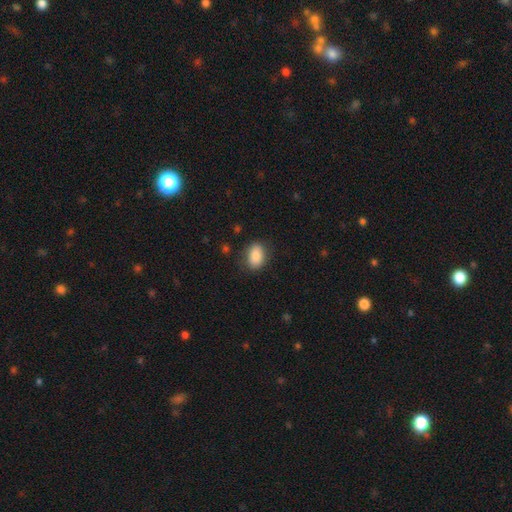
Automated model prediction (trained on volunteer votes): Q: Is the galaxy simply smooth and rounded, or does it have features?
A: smooth — 86%.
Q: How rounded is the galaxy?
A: in between — 87%.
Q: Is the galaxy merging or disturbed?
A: none — 81%.